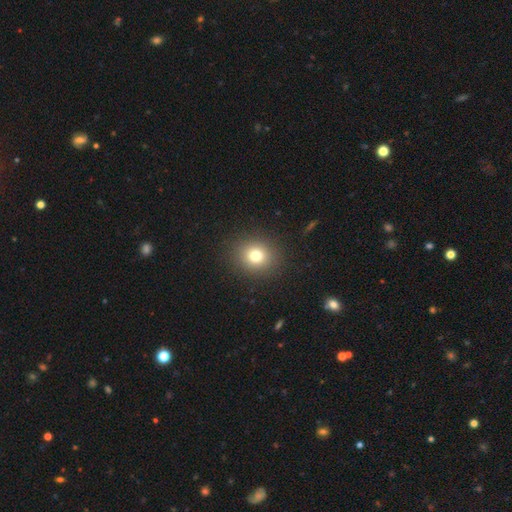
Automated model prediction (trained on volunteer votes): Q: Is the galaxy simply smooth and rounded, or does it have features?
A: smooth — 77%.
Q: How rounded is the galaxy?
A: round — 80%.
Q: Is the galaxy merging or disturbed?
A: none — 90%.